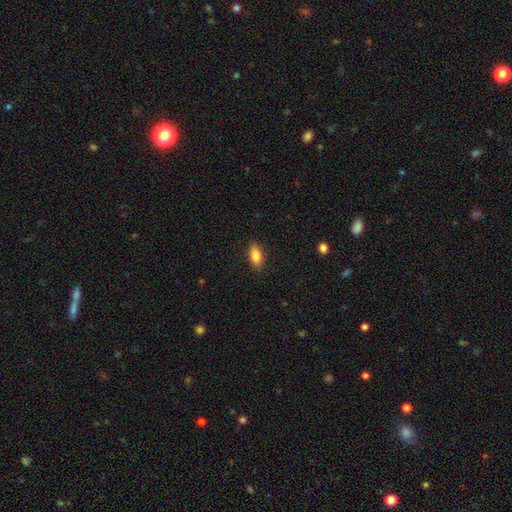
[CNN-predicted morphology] A smooth galaxy with no disk features (84%) that is in between round and cigar-shaped (84%). Merging: none (88%).